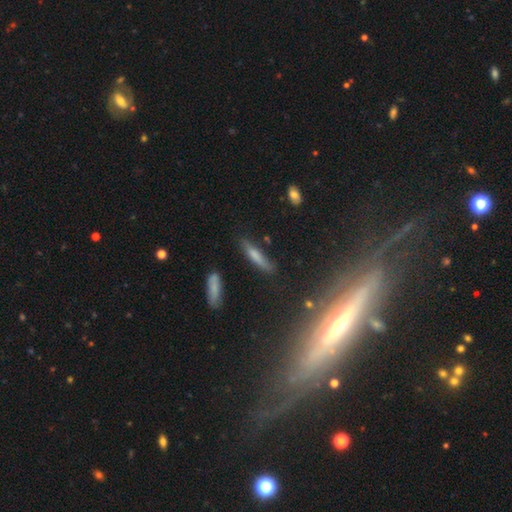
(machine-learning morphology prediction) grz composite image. It shows a smooth galaxy with no disk features (66%) that is cigar-shaped (86%). Merging: none (74%).